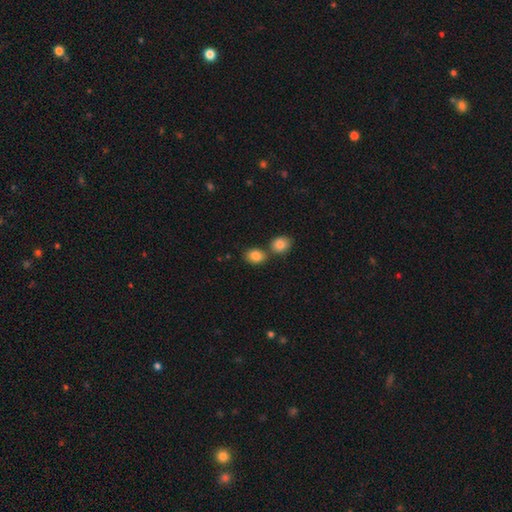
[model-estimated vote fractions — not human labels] Morphology: type=smooth (85%); roundness=in between (60%); merging=none (54%).